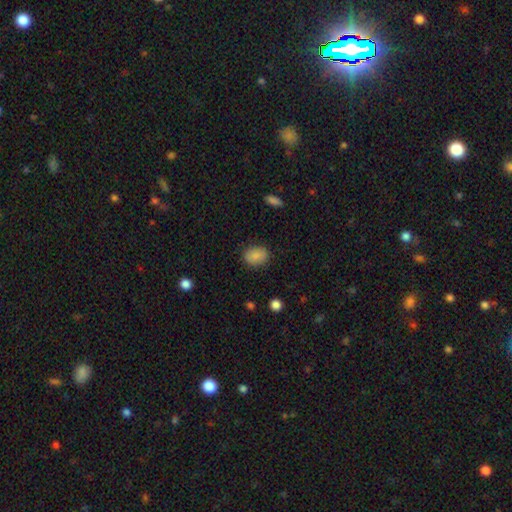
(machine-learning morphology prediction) Smooth or featured? smooth (86%)
How rounded? in between (62%)
Merging? none (85%)